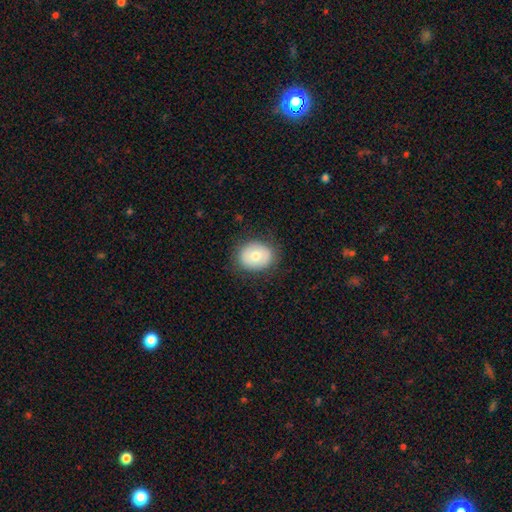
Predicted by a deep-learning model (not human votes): Smooth or featured? Predicted: smooth (p=0.71). How rounded? Predicted: round (p=0.55). Merging? Predicted: none (p=0.83).